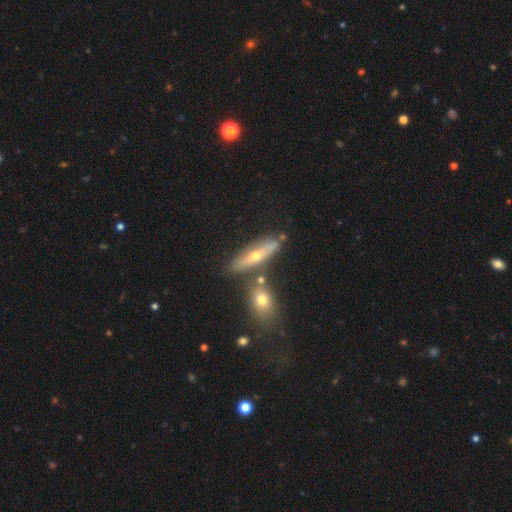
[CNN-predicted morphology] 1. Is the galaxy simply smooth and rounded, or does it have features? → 56% featured or disk, 35% smooth, 9% star or artifact.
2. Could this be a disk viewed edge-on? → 77% yes, 23% no.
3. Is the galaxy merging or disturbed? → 68% none, 16% merger, 12% minor disturbance, 4% major disturbance.